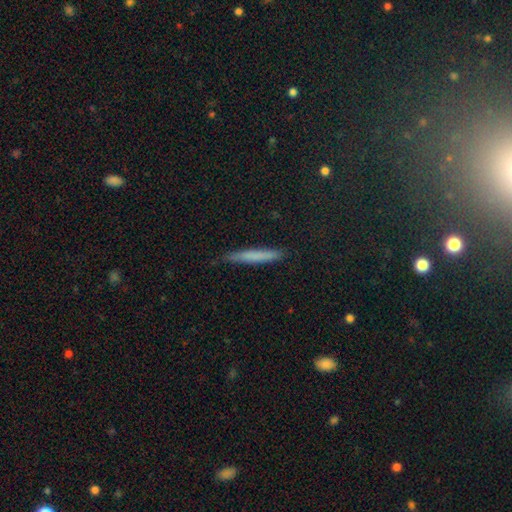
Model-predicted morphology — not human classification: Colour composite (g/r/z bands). It shows a smooth galaxy with no disk features (70%) that is cigar-shaped (96%). Merging: none (82%).